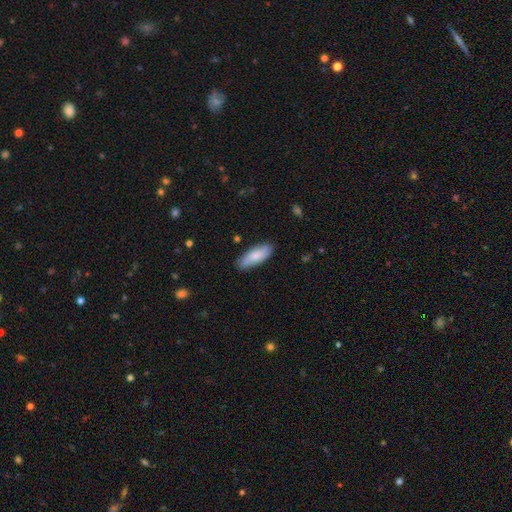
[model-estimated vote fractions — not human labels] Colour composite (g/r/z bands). It shows a smooth galaxy with no disk features (77%) that is in between round and cigar-shaped (69%). Merging: none (84%).